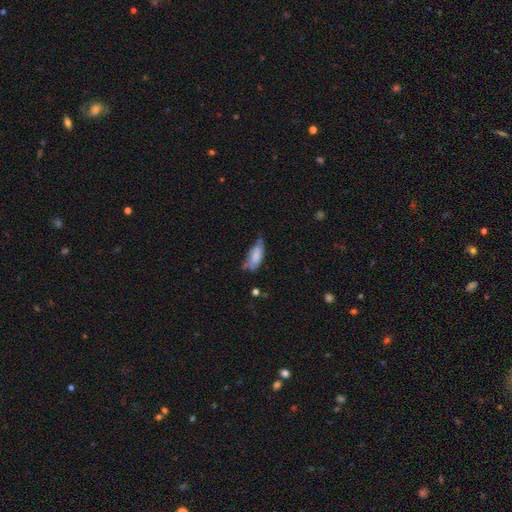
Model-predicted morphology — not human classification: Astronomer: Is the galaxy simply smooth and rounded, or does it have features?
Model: smooth — 72%.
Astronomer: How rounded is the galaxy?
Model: in between — 82%.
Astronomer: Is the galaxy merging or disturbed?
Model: minor disturbance — 42% (runner-up: none, 37%).